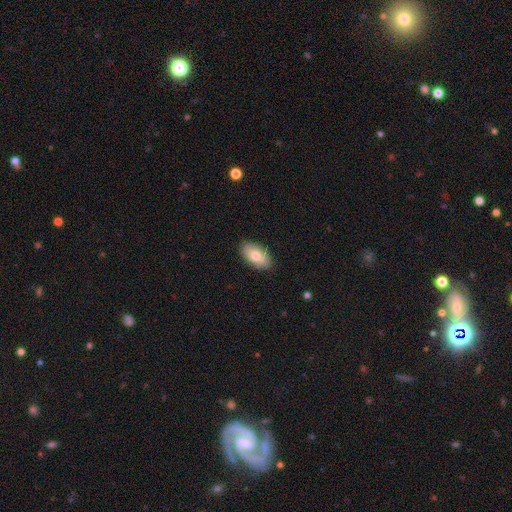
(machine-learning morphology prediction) Smooth or featured? Predicted: smooth (p=0.77). How rounded? Predicted: in between (p=0.94). Merging? Predicted: none (p=0.87).